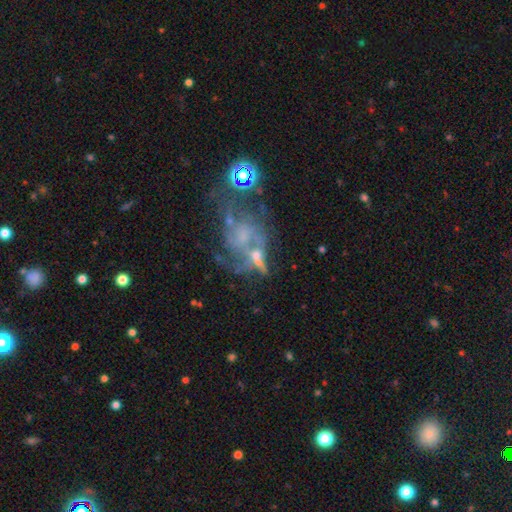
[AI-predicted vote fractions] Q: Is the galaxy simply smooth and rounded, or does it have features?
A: featured or disk — 62%.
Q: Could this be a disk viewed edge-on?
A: no — 96%.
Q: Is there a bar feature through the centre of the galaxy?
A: no — 75%.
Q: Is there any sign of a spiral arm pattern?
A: yes — 55%.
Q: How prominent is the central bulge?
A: small — 36%.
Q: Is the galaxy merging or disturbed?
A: major disturbance — 29%, tied with none.